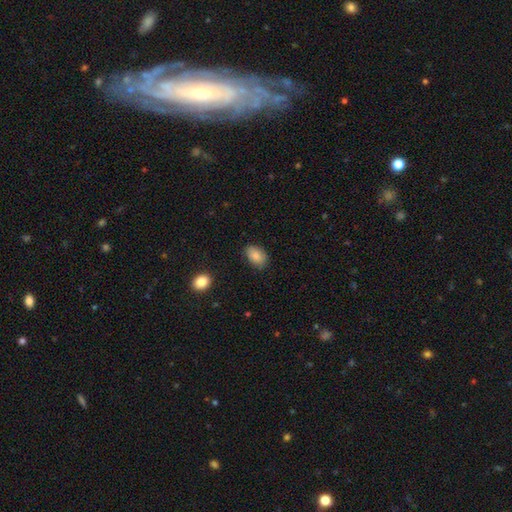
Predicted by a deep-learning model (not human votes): Overall: smooth (87%). How rounded: in between (88%). Merging: none (80%).